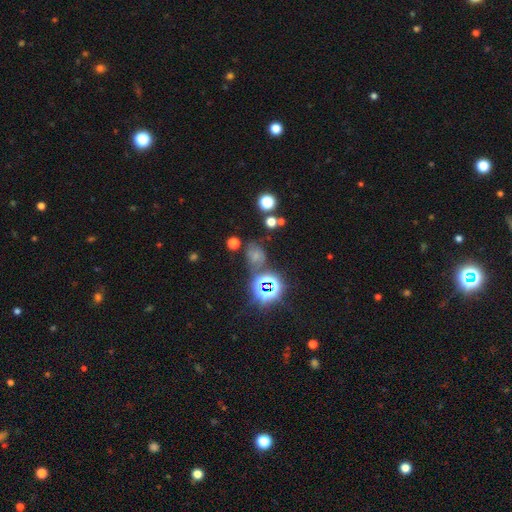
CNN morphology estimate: smooth 44%, star or artifact 38%, featured or disk 18%. Down the decision tree: merging — none (57%).